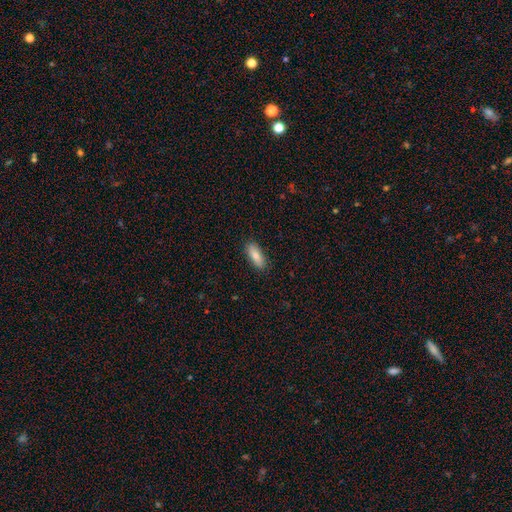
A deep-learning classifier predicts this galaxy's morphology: smooth_or_featured: smooth (p=0.85) [alt: featured or disk p=0.09]
how_rounded: in between (p=0.72) [alt: cigar-shaped p=0.26]
merging: none (p=0.88) [alt: minor disturbance p=0.09]